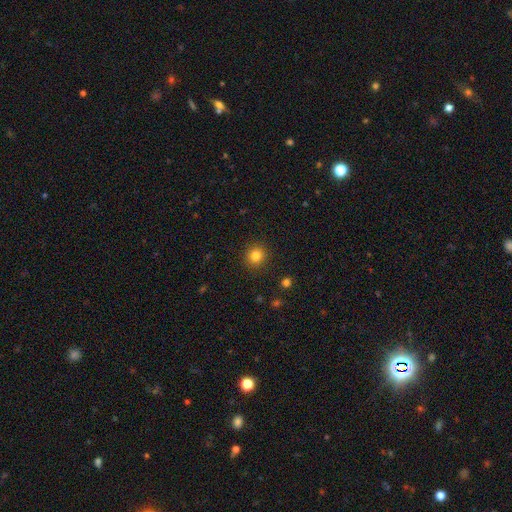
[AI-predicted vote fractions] Smooth or featured: smooth — 82% (star or artifact — 12%)
How rounded: round — 92% (in between — 7%)
Merging: none — 92% (minor disturbance — 5%)